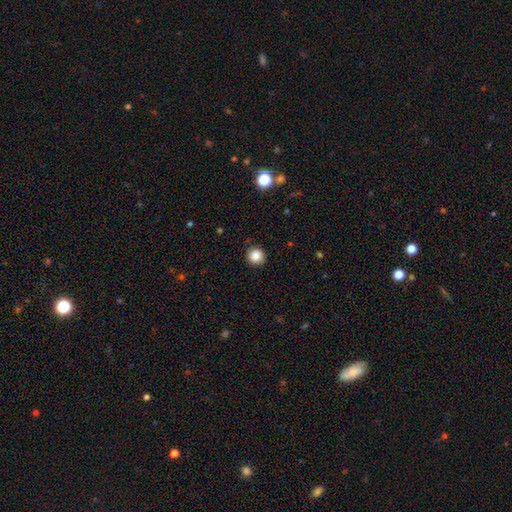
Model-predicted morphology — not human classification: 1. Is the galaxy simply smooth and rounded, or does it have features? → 86% smooth, 10% star or artifact, 4% featured or disk.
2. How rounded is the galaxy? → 91% round, 8% in between, 1% cigar-shaped.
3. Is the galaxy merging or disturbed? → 89% none, 8% minor disturbance, 2% major disturbance, 1% merger.